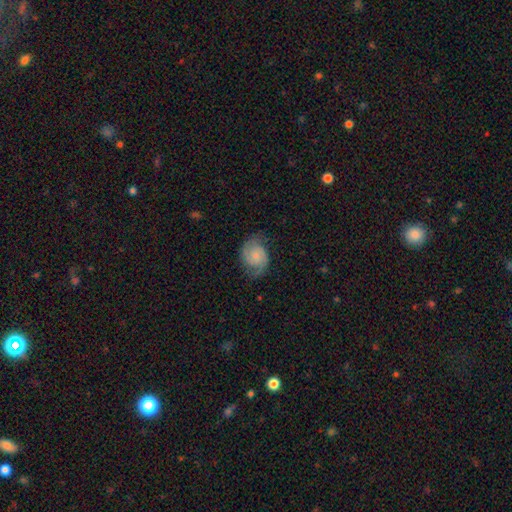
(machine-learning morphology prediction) Smooth or featured? Predicted: featured or disk (p=0.73). Edge-on disk? Predicted: no (p=0.98). Bar? Predicted: no (p=0.69). Spiral arms? Predicted: yes (p=0.95). Spiral winding? Predicted: medium (p=0.47). Spiral arm count? Predicted: 2 (p=0.90). Bulge size? Predicted: small (p=0.55). Merging? Predicted: none (p=0.71).